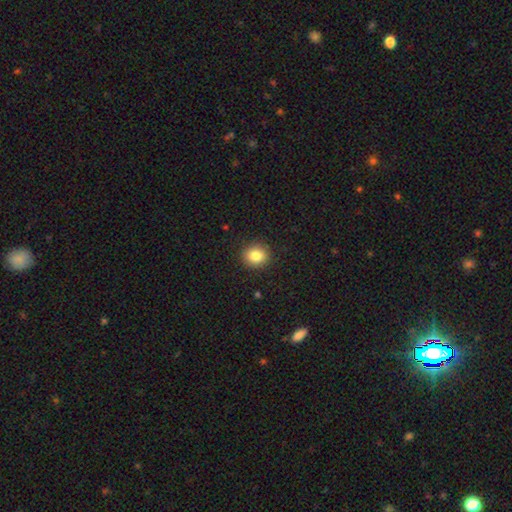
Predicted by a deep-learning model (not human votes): smooth-or-featured: smooth: 84% | star or artifact: 10% | featured or disk: 6%
  how-rounded: round: 79% | in between: 20% | cigar-shaped: 1%
  merging: none: 90% | minor disturbance: 7% | major disturbance: 2% | merger: 1%